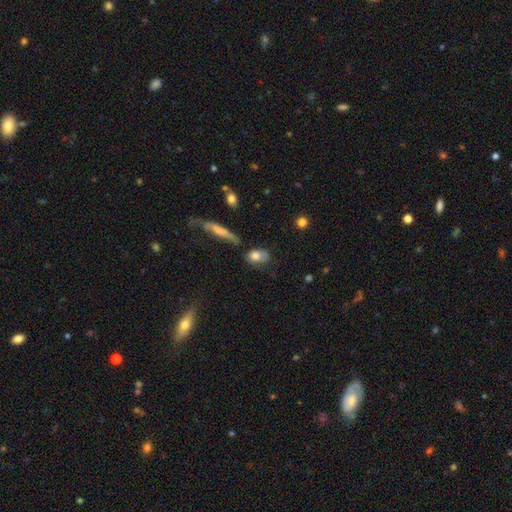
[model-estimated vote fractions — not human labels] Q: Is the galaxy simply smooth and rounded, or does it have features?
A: smooth — 75%.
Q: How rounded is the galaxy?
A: in between — 79%.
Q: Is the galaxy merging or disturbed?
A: none — 52%.